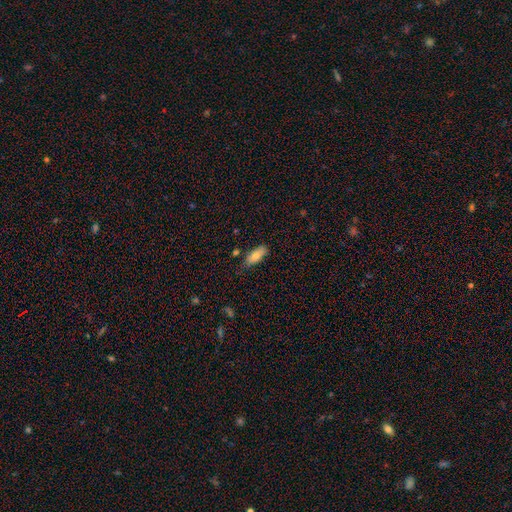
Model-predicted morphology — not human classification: Smooth or featured: smooth — 78% (featured or disk — 15%)
How rounded: in between — 78% (cigar-shaped — 20%)
Merging: none — 73% (minor disturbance — 21%)